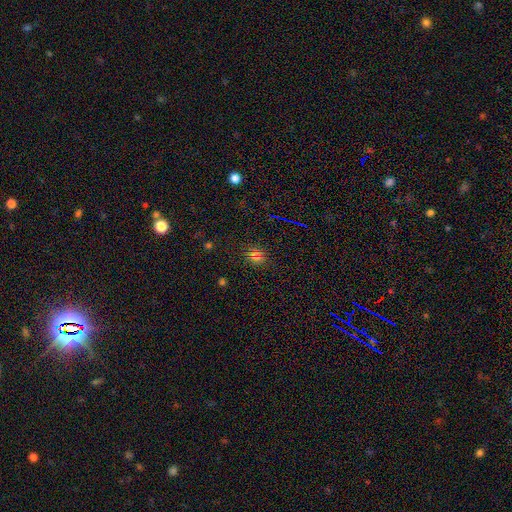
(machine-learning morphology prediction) Smooth or featured? smooth (52%)
How rounded? round (65%)
Merging? none (83%)